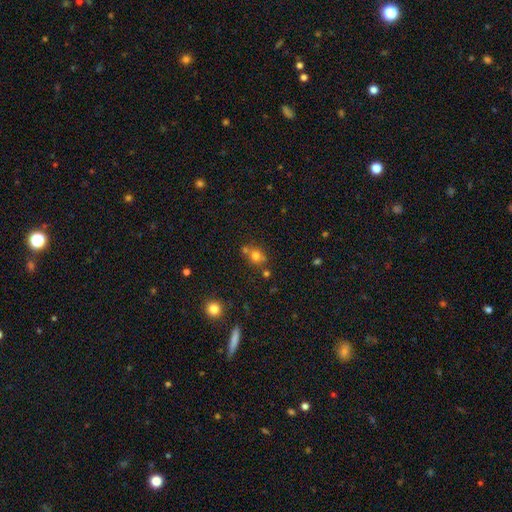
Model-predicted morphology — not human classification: type=smooth (74%); roundness=round (75%); merging=none (61%).